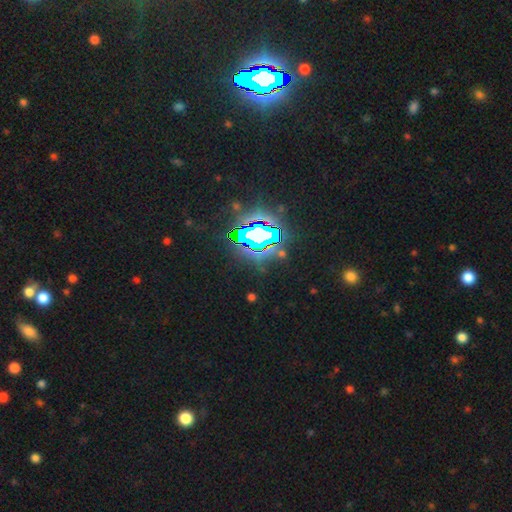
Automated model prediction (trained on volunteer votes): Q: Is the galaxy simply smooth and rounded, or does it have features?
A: star or artifact — 84%.